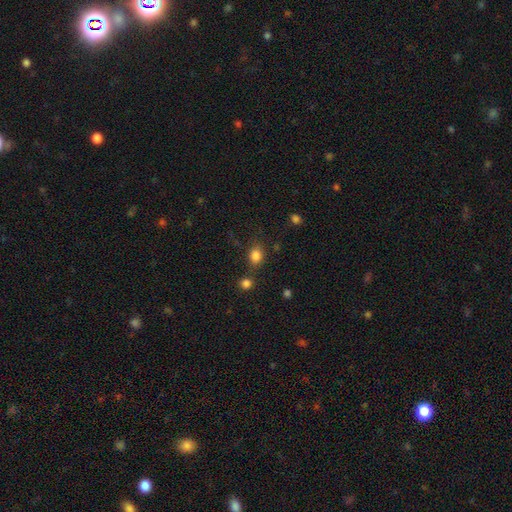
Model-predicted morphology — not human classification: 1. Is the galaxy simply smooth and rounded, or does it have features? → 83% smooth, 12% star or artifact, 5% featured or disk.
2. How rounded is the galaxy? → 52% in between, 47% round, 1% cigar-shaped.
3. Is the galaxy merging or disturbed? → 69% none, 14% minor disturbance, 11% merger, 5% major disturbance.